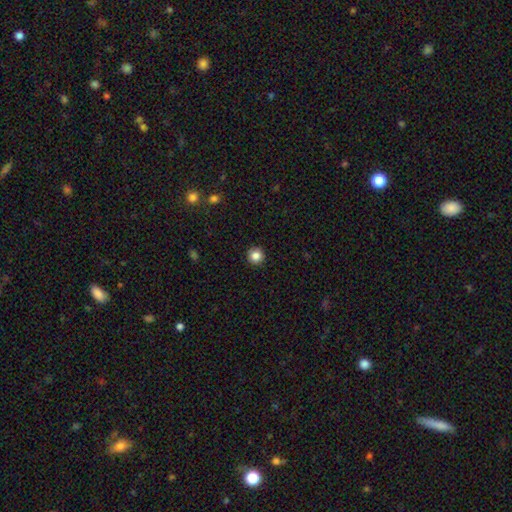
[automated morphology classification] This appears to be a smooth galaxy with no disk features (85%) that is round (95%). Merging: none (93%).